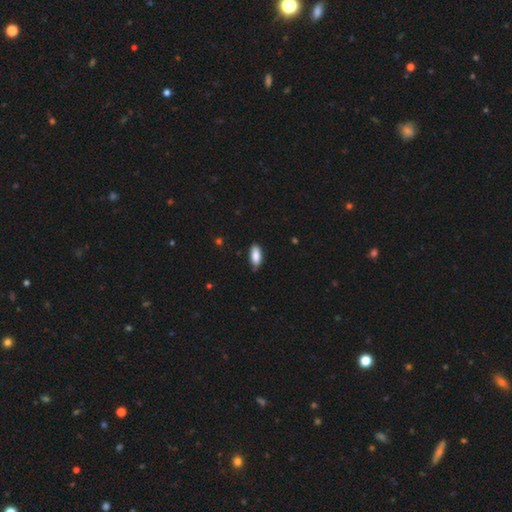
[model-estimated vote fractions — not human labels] This appears to be a smooth galaxy with no disk features (86%) that is in between round and cigar-shaped (85%). Merging: none (75%).